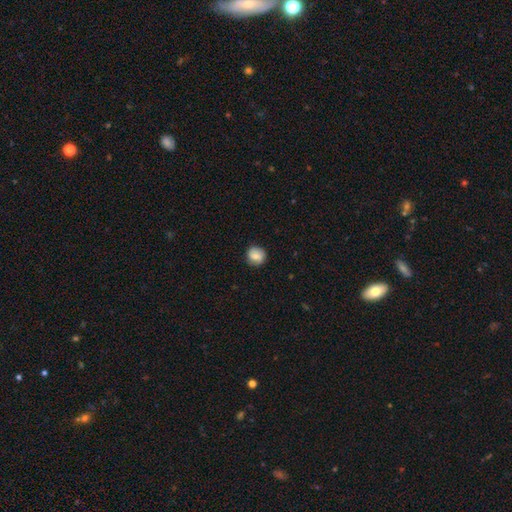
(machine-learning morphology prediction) Q: Smooth or featured?
A: smooth (78%); runner-up: featured or disk (14%)
Q: How rounded?
A: round (89%); runner-up: in between (10%)
Q: Merging?
A: none (86%); runner-up: minor disturbance (10%)